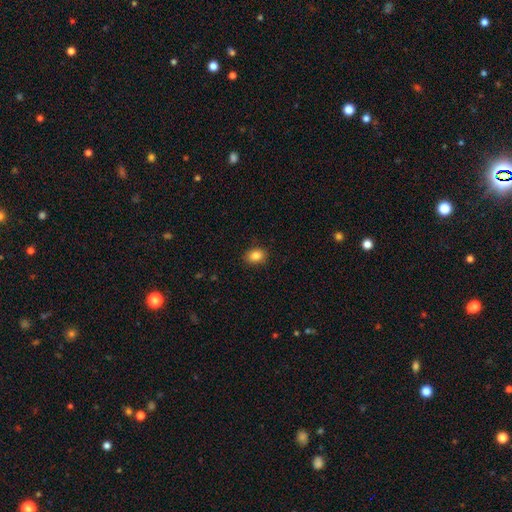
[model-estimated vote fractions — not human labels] Smooth or featured? Predicted: smooth (p=0.85). How rounded? Predicted: in between (p=0.62). Merging? Predicted: none (p=0.88).